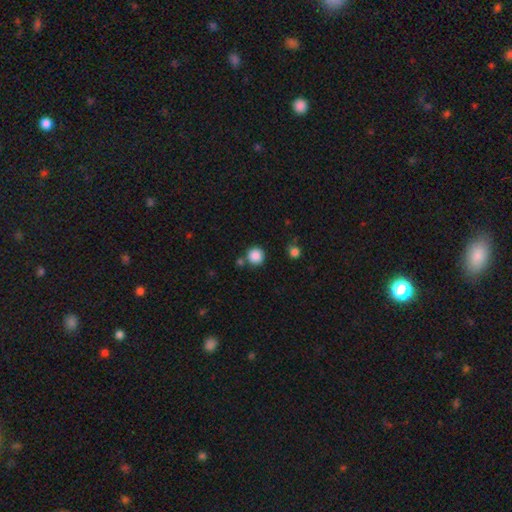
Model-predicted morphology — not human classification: Q: Smooth or featured?
A: smooth (87%); runner-up: star or artifact (10%)
Q: How rounded?
A: round (95%); runner-up: in between (4%)
Q: Merging?
A: none (80%); runner-up: merger (9%)